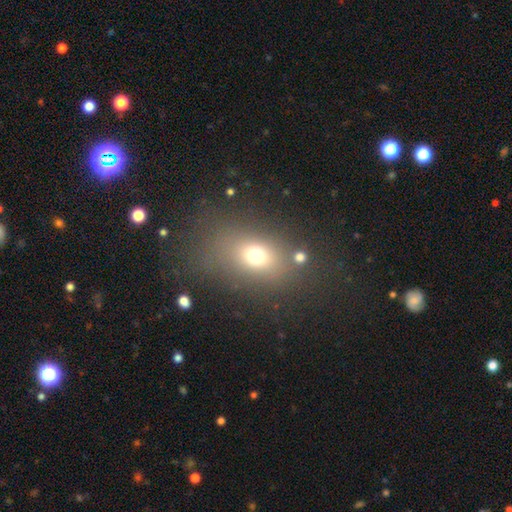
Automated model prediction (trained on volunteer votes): A smooth galaxy with no disk features (69%) that is in between round and cigar-shaped (62%).

Vote fractions:
- Smooth or featured? smooth: 69% / star or artifact: 18% / featured or disk: 13%
- How rounded? in between: 62% / round: 35% / cigar-shaped: 3%
- Merging? none: 70% / minor disturbance: 13% / major disturbance: 10% / merger: 7%